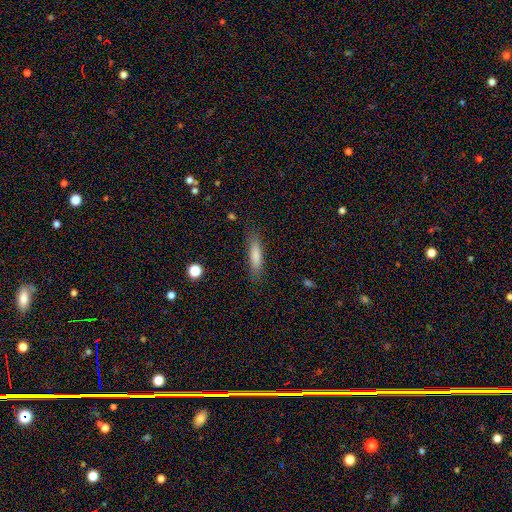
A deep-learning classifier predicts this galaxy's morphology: Smooth or featured? smooth (80%)
How rounded? cigar-shaped (74%)
Merging? none (84%)